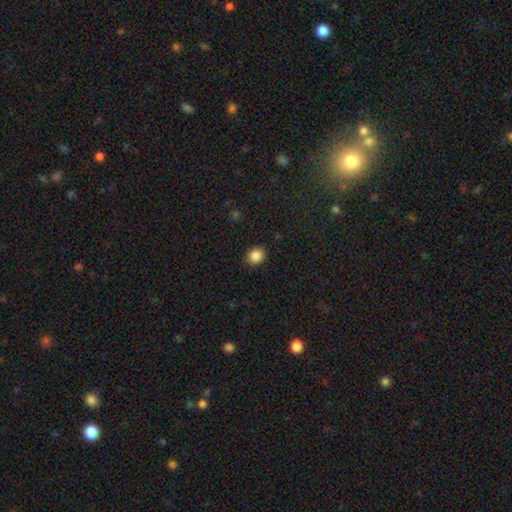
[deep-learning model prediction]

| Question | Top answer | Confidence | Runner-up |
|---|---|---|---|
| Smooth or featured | smooth | 87% | star or artifact (9%) |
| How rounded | round | 53% | in between (46%) |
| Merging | none | 89% | minor disturbance (8%) |